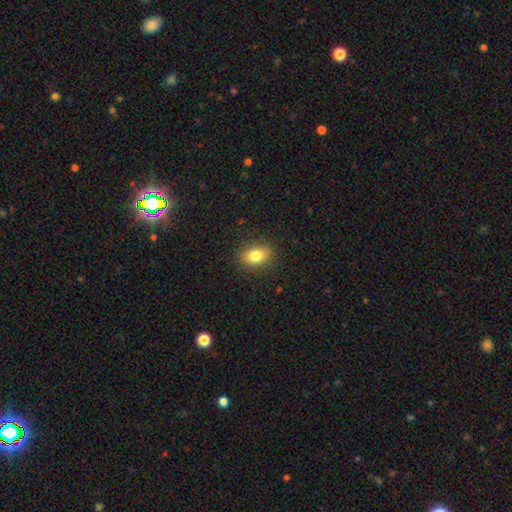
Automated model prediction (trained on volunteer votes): Smooth or featured? smooth (82%)
How rounded? in between (67%)
Merging? none (87%)